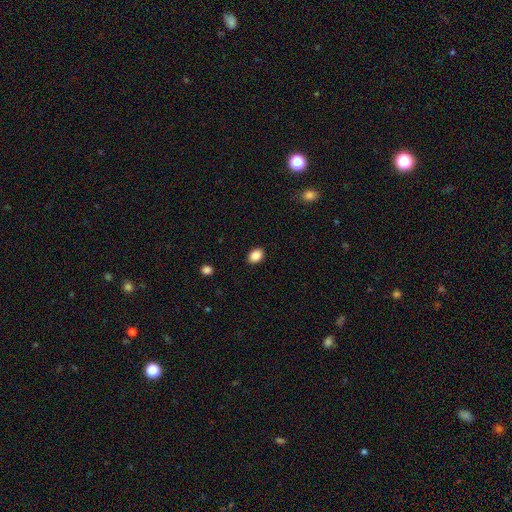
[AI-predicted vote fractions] This is clearly a smooth galaxy (87%). How rounded: likely in between (71%). Merging: clearly none (90%).